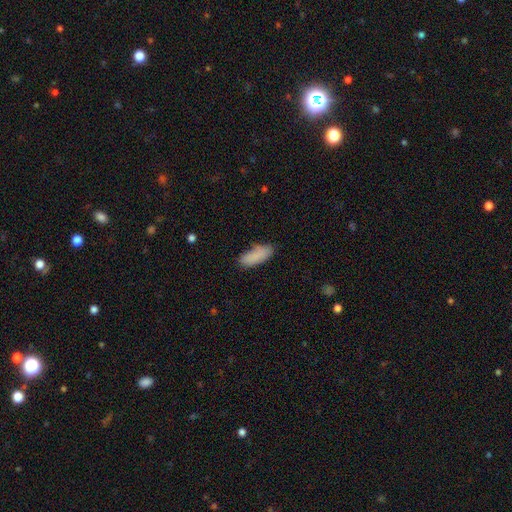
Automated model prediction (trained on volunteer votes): This is clearly a smooth galaxy (86%). How rounded: likely in between (77%). Merging: likely none (73%).